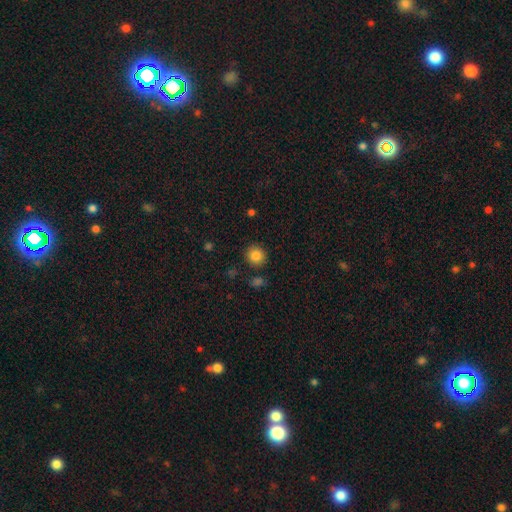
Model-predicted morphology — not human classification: smooth_or_featured: smooth (p=0.84) [alt: star or artifact p=0.10]
how_rounded: round (p=0.90) [alt: in between p=0.09]
merging: none (p=0.89) [alt: minor disturbance p=0.07]